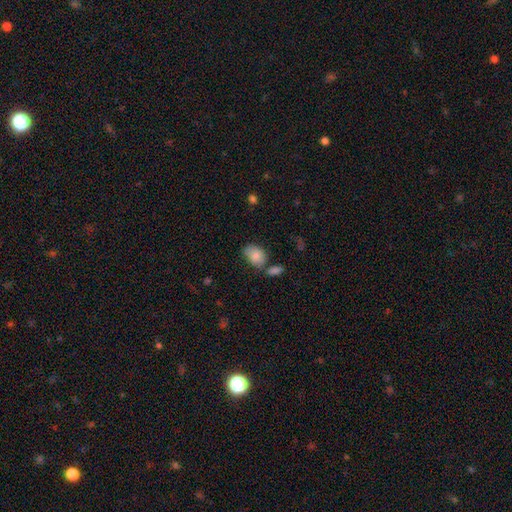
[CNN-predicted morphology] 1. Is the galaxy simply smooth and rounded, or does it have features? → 82% smooth, 10% featured or disk, 8% star or artifact.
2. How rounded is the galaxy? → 83% in between, 16% round, 1% cigar-shaped.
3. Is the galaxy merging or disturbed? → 55% none, 24% minor disturbance, 15% merger, 6% major disturbance.